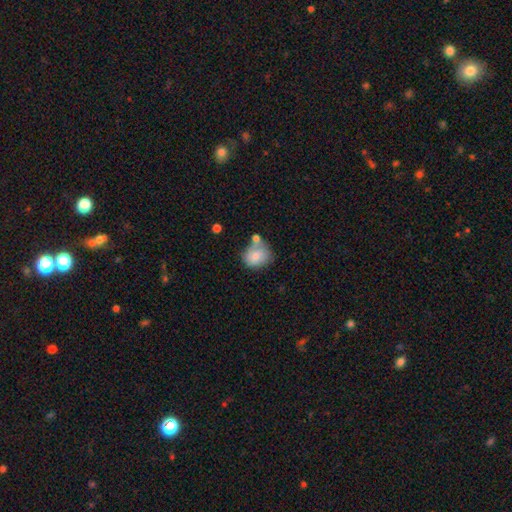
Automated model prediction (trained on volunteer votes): Q: Smooth or featured?
A: smooth (77%); runner-up: featured or disk (15%)
Q: How rounded?
A: round (66%); runner-up: in between (33%)
Q: Merging?
A: none (45%); runner-up: merger (25%)